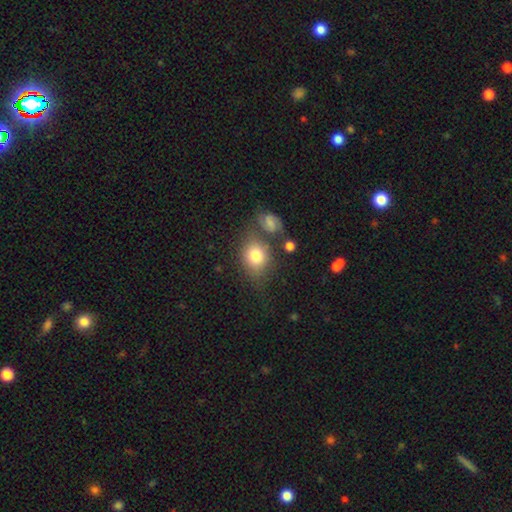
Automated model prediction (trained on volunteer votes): This appears to be a smooth galaxy with no disk features (78%) that is round (51%). Merging: none (61%).